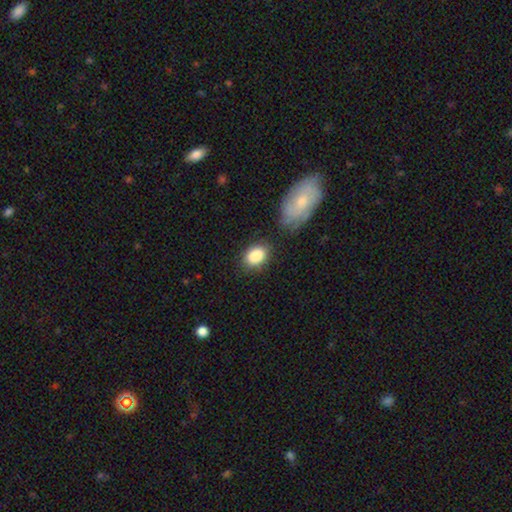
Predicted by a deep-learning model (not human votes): A smooth galaxy with no disk features (87%) that is in between round and cigar-shaped (76%).

Vote fractions:
- Smooth or featured? smooth: 87% / star or artifact: 7% / featured or disk: 6%
- How rounded? in between: 76% / round: 23% / cigar-shaped: 1%
- Merging? none: 75% / minor disturbance: 15% / merger: 5% / major disturbance: 4%